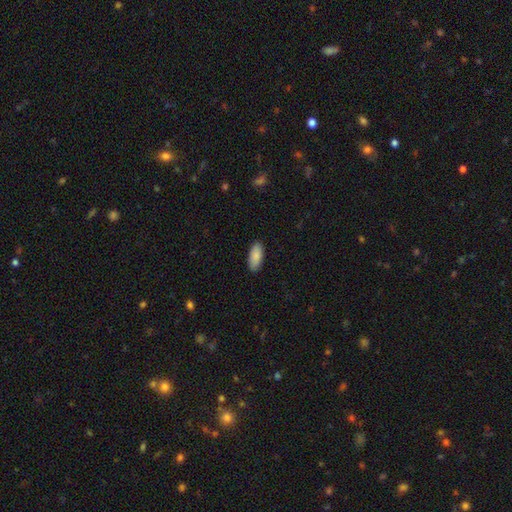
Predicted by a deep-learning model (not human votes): Smooth or featured?
  - smooth: 89% *
  - star or artifact: 6%
  - featured or disk: 5%
How rounded?
  - in between: 87% *
  - cigar-shaped: 12%
  - round: 2%
Merging?
  - none: 90% *
  - minor disturbance: 8%
  - major disturbance: 2%
  - merger: 1%